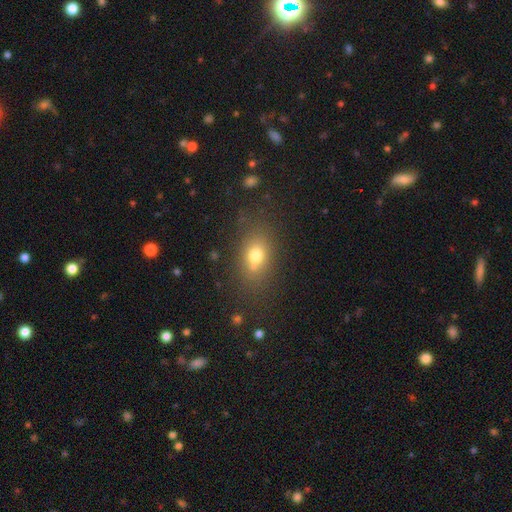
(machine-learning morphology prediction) This appears to be a smooth galaxy with no disk features (72%) that is in between round and cigar-shaped (69%). Merging: none (66%).